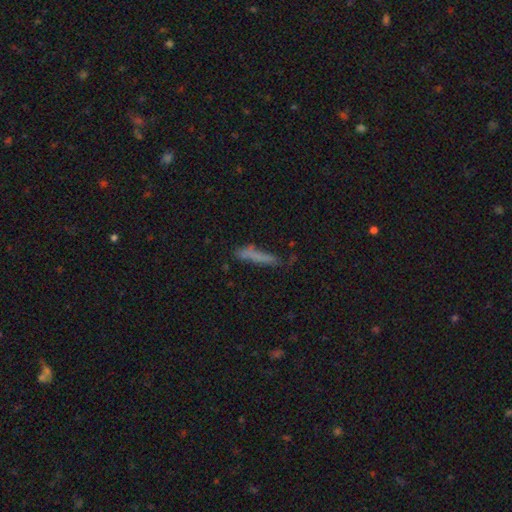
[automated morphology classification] type=smooth (69%); roundness=cigar-shaped (91%); merging=none (64%).